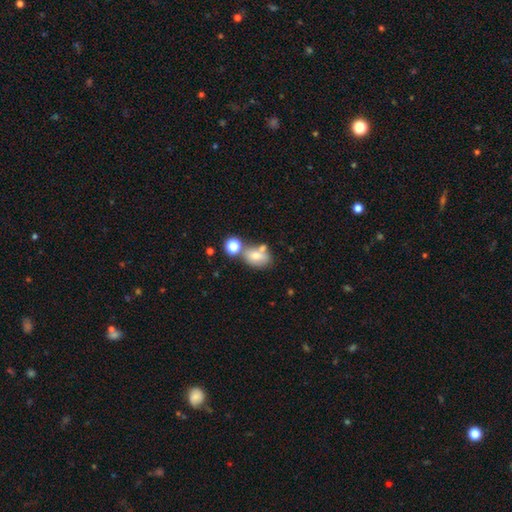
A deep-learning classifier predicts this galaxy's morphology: The model was most divided on "merging": none: 44%, merger: 32%, minor disturbance: 16%, major disturbance: 7%. More confident: how rounded — in between (70%); smooth or featured — smooth (65%).